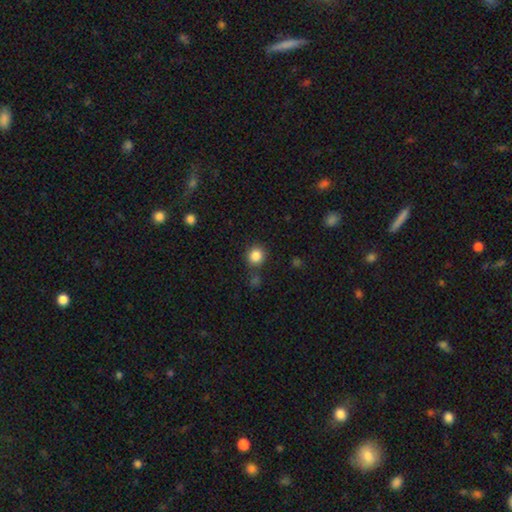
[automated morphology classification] The model was most divided on "merging": none: 81%, minor disturbance: 9%, merger: 6%, major disturbance: 3%. More confident: how rounded — round (90%); smooth or featured — smooth (85%).